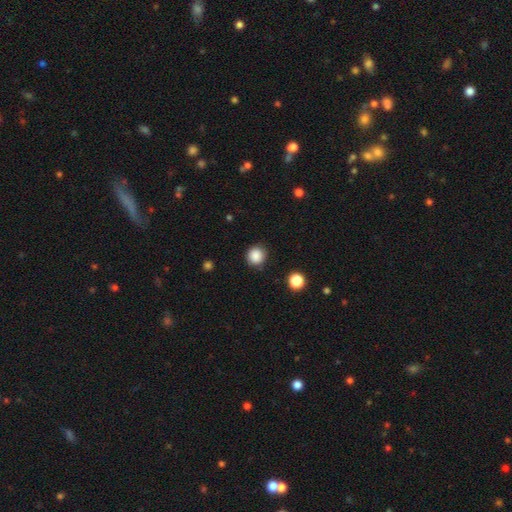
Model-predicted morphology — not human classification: A smooth galaxy with no disk features (87%) that is round (92%). Merging: none (88%).